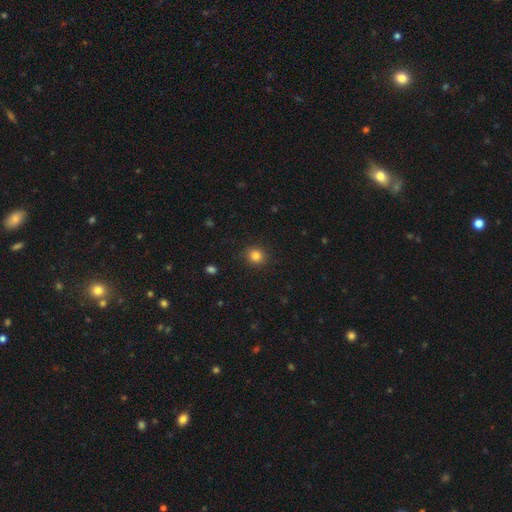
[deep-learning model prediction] smooth_or_featured: smooth (p=0.83) [alt: star or artifact p=0.12]
how_rounded: round (p=0.89) [alt: in between p=0.10]
merging: none (p=0.90) [alt: minor disturbance p=0.06]